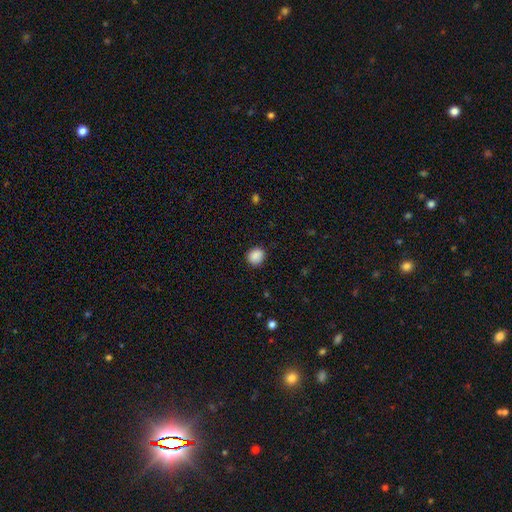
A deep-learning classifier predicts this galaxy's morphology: smooth_or_featured: smooth (p=0.88) [alt: star or artifact p=0.09]
how_rounded: round (p=0.75) [alt: in between p=0.25]
merging: none (p=0.88) [alt: minor disturbance p=0.09]